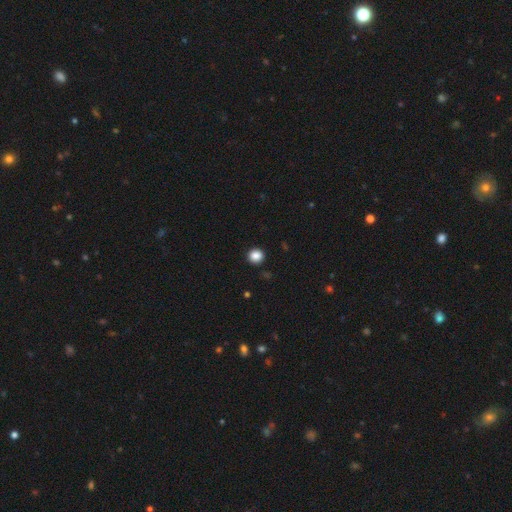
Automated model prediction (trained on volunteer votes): This is clearly a smooth galaxy (87%). How rounded: clearly round (90%). Merging: clearly none (92%).